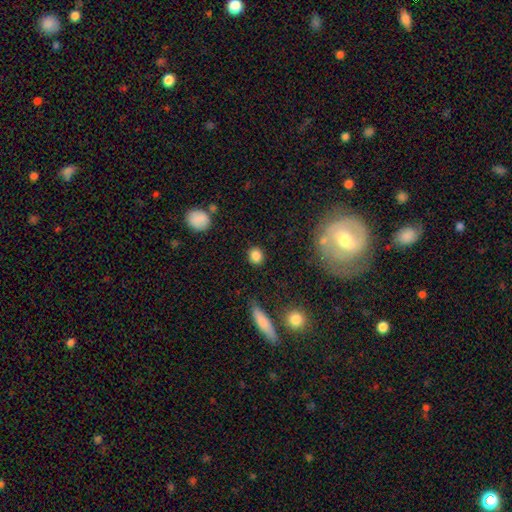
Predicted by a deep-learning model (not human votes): Smooth or featured? Predicted: smooth (p=0.85). How rounded? Predicted: round (p=0.77). Merging? Predicted: none (p=0.86).